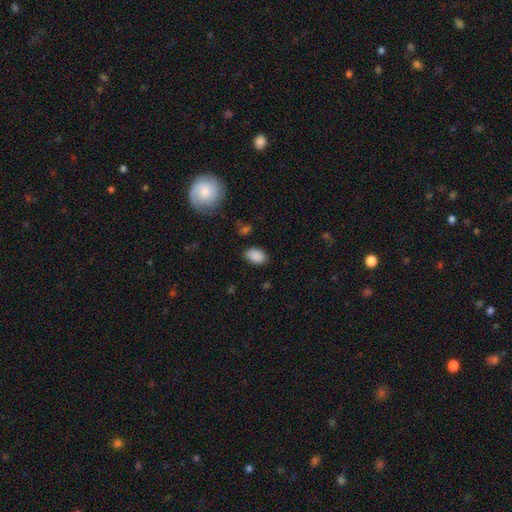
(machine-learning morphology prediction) A smooth galaxy with no disk features (88%) that is in between round and cigar-shaped (90%). Merging: none (82%).